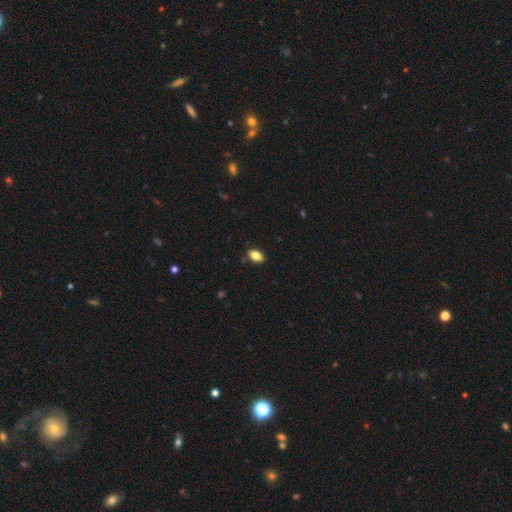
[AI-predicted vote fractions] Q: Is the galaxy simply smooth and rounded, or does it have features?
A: smooth — 82%.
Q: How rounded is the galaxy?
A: in between — 89%.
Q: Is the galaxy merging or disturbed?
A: none — 84%.